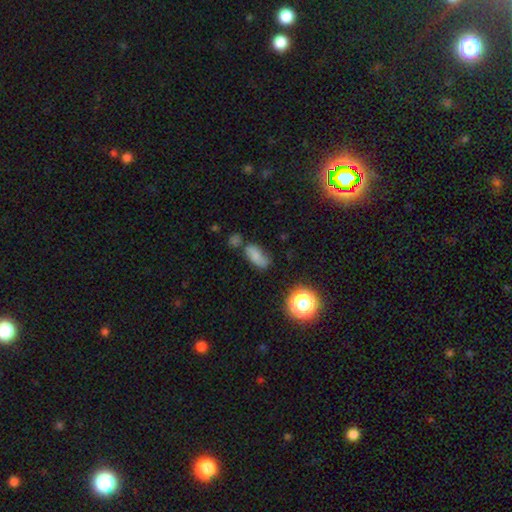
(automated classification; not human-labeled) Smooth or featured?
  - smooth: 65% *
  - featured or disk: 20%
  - star or artifact: 14%
How rounded?
  - in between: 80% *
  - cigar-shaped: 12%
  - round: 8%
Merging?
  - none: 53% *
  - minor disturbance: 26%
  - merger: 12%
  - major disturbance: 10%